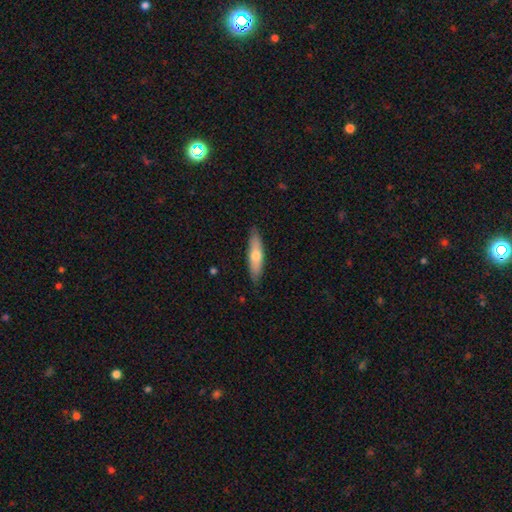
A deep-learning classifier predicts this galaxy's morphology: Smooth or featured? Predicted: smooth (p=0.59). How rounded? Predicted: cigar-shaped (p=0.68). Merging? Predicted: none (p=0.86).